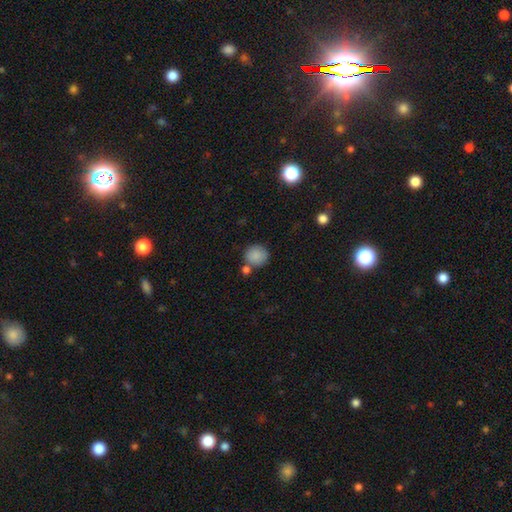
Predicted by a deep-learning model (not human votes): smooth 87%, star or artifact 9%, featured or disk 5%. Down the decision tree: how rounded — round (89%); merging — none (69%).